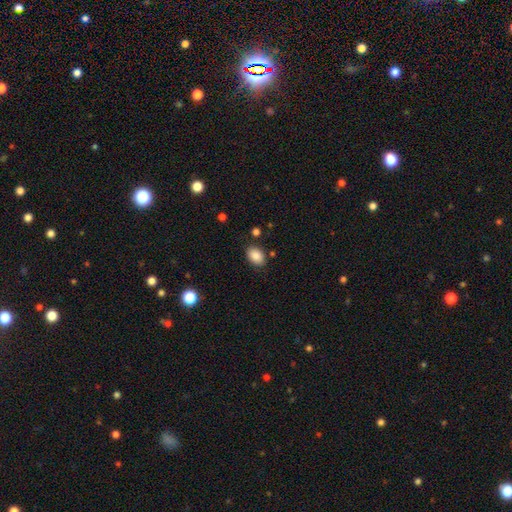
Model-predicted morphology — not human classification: The model was most divided on "how rounded": in between: 82%, round: 17%, cigar-shaped: 1%. More confident: smooth or featured — smooth (85%); merging — none (83%).